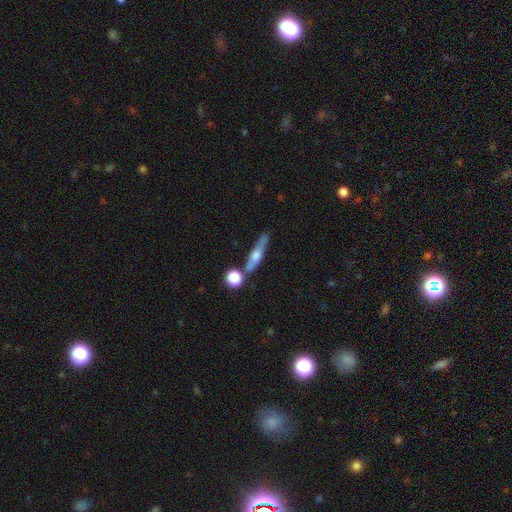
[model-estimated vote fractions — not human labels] Q: Smooth or featured?
A: featured or disk (52%); runner-up: smooth (40%)
Q: Edge-on disk?
A: yes (88%); runner-up: no (12%)
Q: Merging?
A: none (73%); runner-up: minor disturbance (12%)